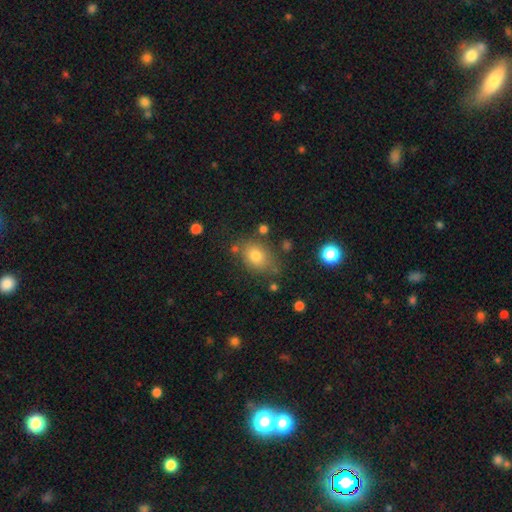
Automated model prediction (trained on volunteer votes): Smooth or featured?
  - smooth: 78% *
  - star or artifact: 12%
  - featured or disk: 11%
How rounded?
  - in between: 68% *
  - round: 31%
  - cigar-shaped: 1%
Merging?
  - none: 71% *
  - minor disturbance: 17%
  - merger: 6%
  - major disturbance: 6%